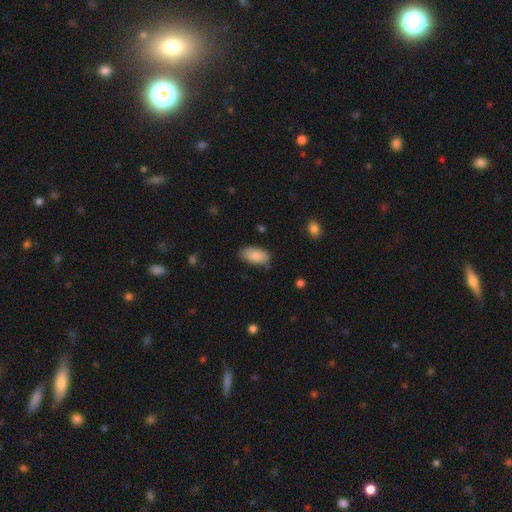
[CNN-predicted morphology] Smooth or featured?
  - smooth: 87% *
  - star or artifact: 7%
  - featured or disk: 6%
How rounded?
  - in between: 94% *
  - cigar-shaped: 4%
  - round: 2%
Merging?
  - none: 80% *
  - minor disturbance: 15%
  - major disturbance: 3%
  - merger: 2%